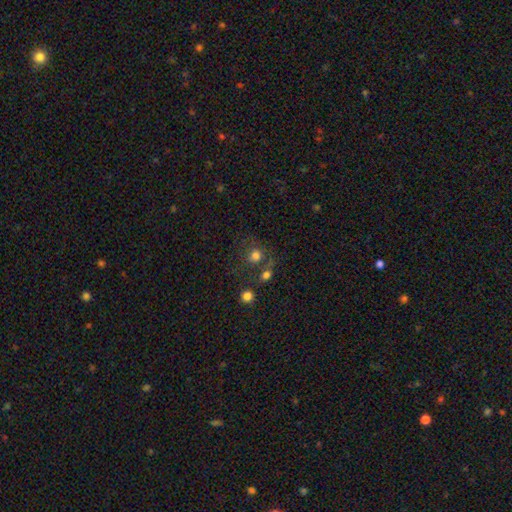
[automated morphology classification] A smooth galaxy with no disk features (76%) that is round (86%).

Vote fractions:
- Smooth or featured? smooth: 76% / star or artifact: 15% / featured or disk: 10%
- How rounded? round: 86% / in between: 13% / cigar-shaped: 1%
- Merging? none: 62% / merger: 19% / minor disturbance: 12% / major disturbance: 7%